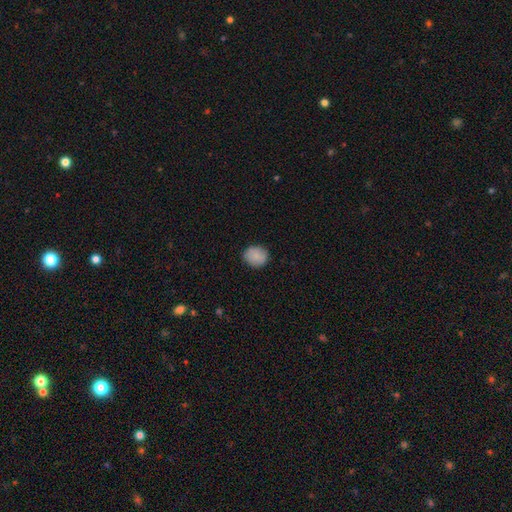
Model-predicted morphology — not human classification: A smooth galaxy with no disk features (86%) that is round (75%).

Vote fractions:
- Smooth or featured? smooth: 86% / star or artifact: 7% / featured or disk: 7%
- How rounded? round: 75% / in between: 24% / cigar-shaped: 1%
- Merging? none: 87% / minor disturbance: 9% / major disturbance: 2% / merger: 1%